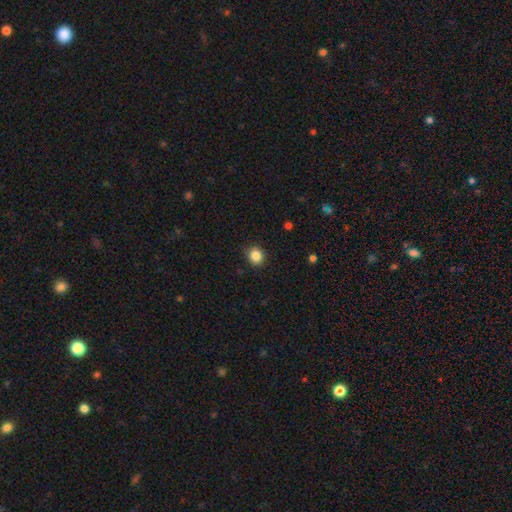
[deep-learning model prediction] A smooth galaxy with no disk features (86%) that is round (75%).

Vote fractions:
- Smooth or featured? smooth: 86% / star or artifact: 10% / featured or disk: 4%
- How rounded? round: 75% / in between: 24% / cigar-shaped: 1%
- Merging? none: 87% / minor disturbance: 9% / major disturbance: 2% / merger: 1%